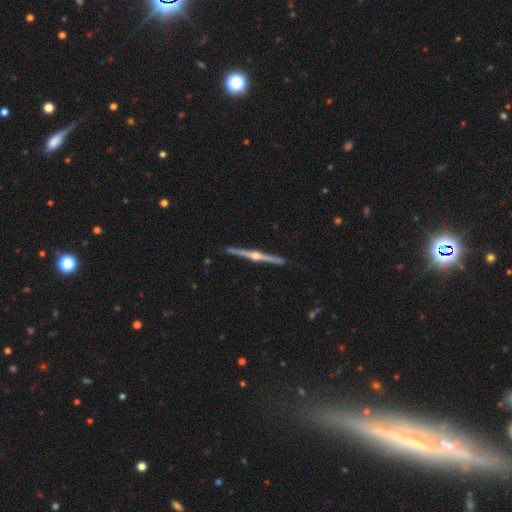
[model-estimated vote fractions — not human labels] Morphology: type=featured or disk (88%); edge-on=yes (99%); edge-on bulge=rounded (93%); merging=none (93%).